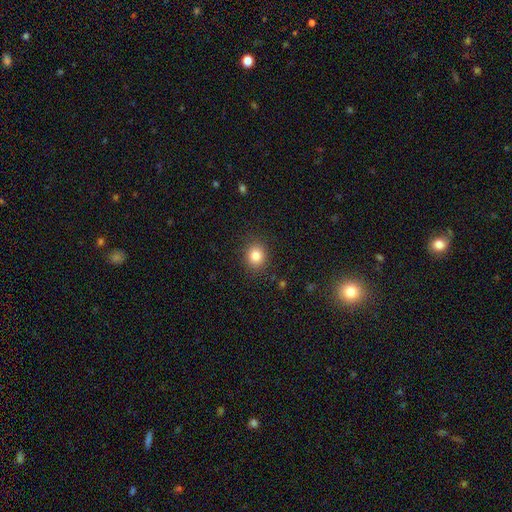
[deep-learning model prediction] This appears to be a smooth galaxy with no disk features (84%) that is round (75%). Merging: none (88%).